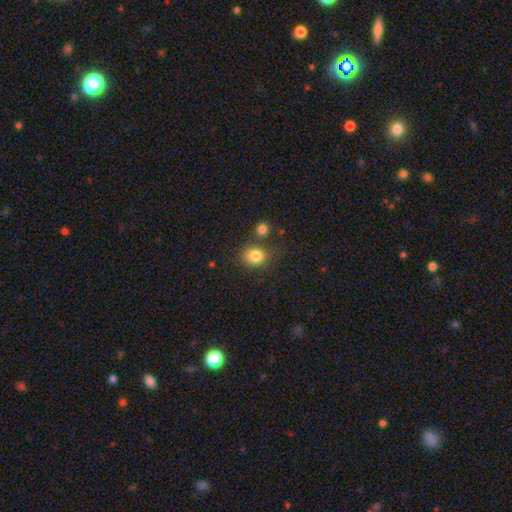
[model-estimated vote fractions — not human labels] A smooth galaxy with no disk features (83%) that is round (66%). Merging: none (65%).